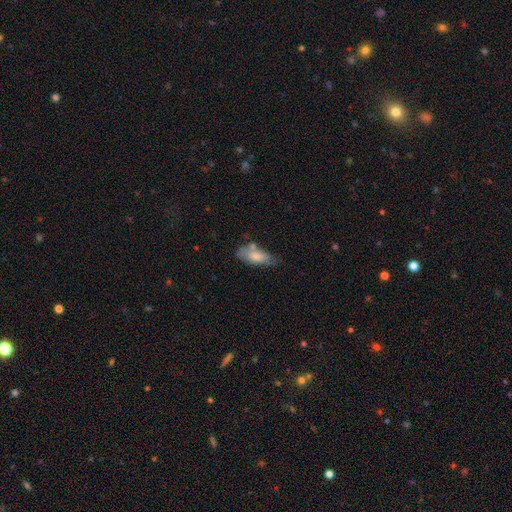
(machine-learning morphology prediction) This is likely a smooth galaxy (74%). How rounded: likely in between (79%). Merging: possibly none (46%).